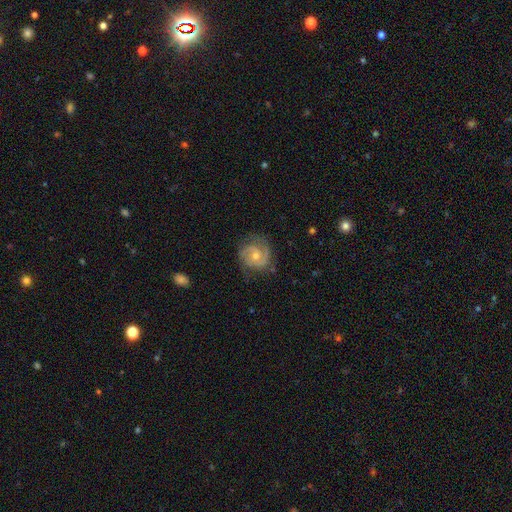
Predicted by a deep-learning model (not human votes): Smooth or featured?
  - featured or disk: 86% *
  - smooth: 8%
  - star or artifact: 6%
Edge-on disk?
  - no: 98% *
  - yes: 2%
Bar?
  - no: 62% *
  - weak: 31%
  - strong: 6%
Spiral arms?
  - yes: 97% *
  - no: 3%
Spiral winding?
  - tight: 49% *
  - medium: 43%
  - loose: 8%
Spiral arm count?
  - 2: 73% *
  - 3: 13%
  - can't tell: 8%
  - 1: 3%
  - 4: 2%
  - more than 4: 2%
Bulge size?
  - moderate: 51% *
  - small: 45%
  - large: 2%
  - none: 2%
  - dominant: 1%
Merging?
  - none: 77% *
  - minor disturbance: 16%
  - major disturbance: 5%
  - merger: 1%